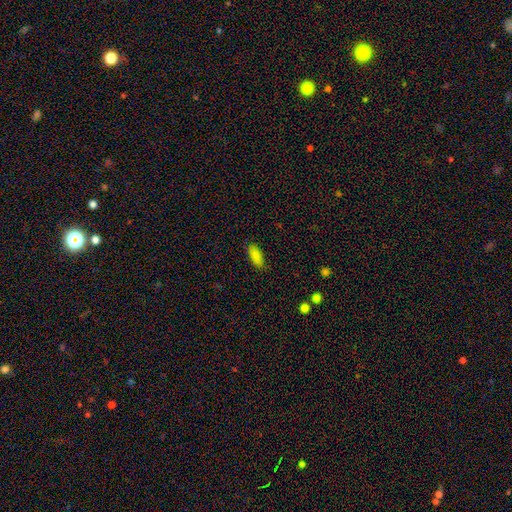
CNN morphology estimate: The model was most divided on "how rounded": in between: 79%, cigar-shaped: 19%, round: 2%. More confident: smooth or featured — smooth (86%); merging — none (86%).